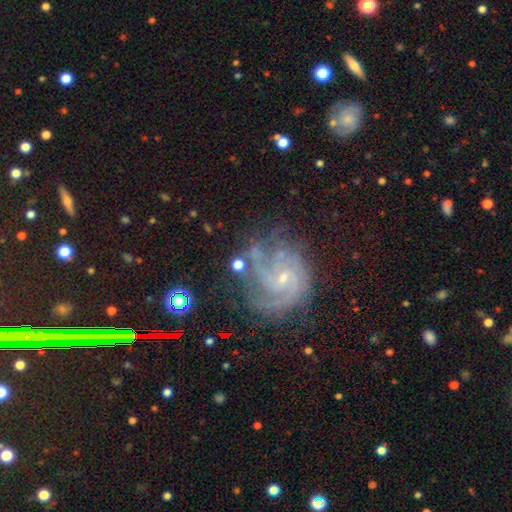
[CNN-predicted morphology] Smooth or featured? featured or disk (85%)
Edge-on disk? no (98%)
Bar? no (54%)
Spiral arms? yes (96%)
Spiral winding? tight (47%)
Spiral arm count? 3 (31%)
Bulge size? small (75%)
Merging? none (59%)